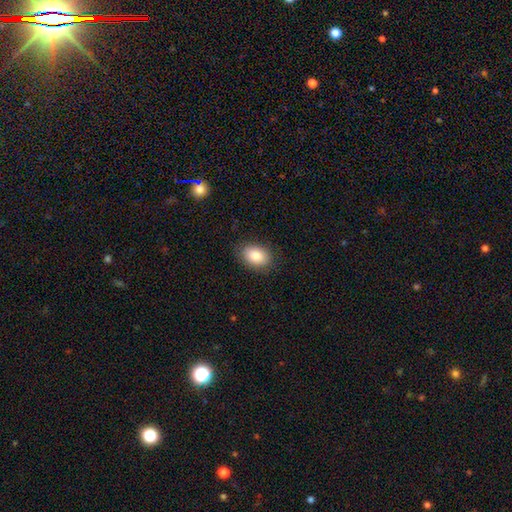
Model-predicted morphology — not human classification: A smooth galaxy with no disk features (86%) that is in between round and cigar-shaped (85%). Merging: none (86%).